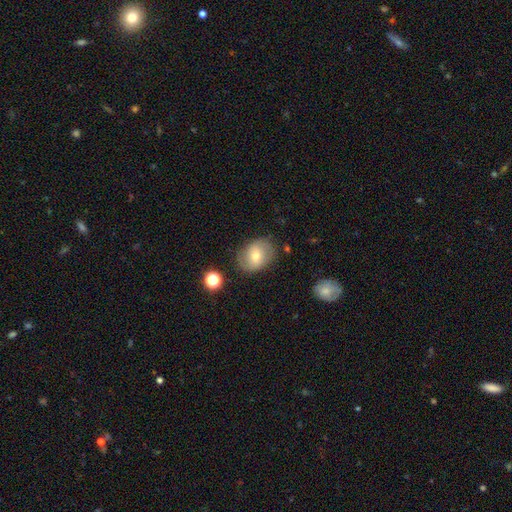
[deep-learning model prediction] smooth 67%, featured or disk 24%, star or artifact 10%. Down the decision tree: how rounded — in between (59%); merging — none (78%).